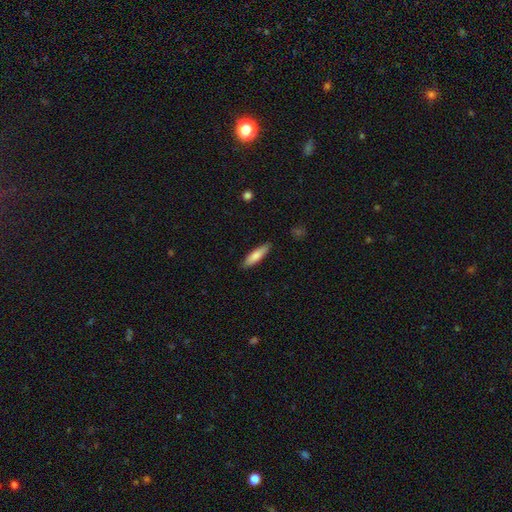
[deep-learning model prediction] smooth_or_featured: smooth (p=0.80) [alt: featured or disk p=0.15]
how_rounded: cigar-shaped (p=0.71) [alt: in between p=0.28]
merging: none (p=0.87) [alt: minor disturbance p=0.10]